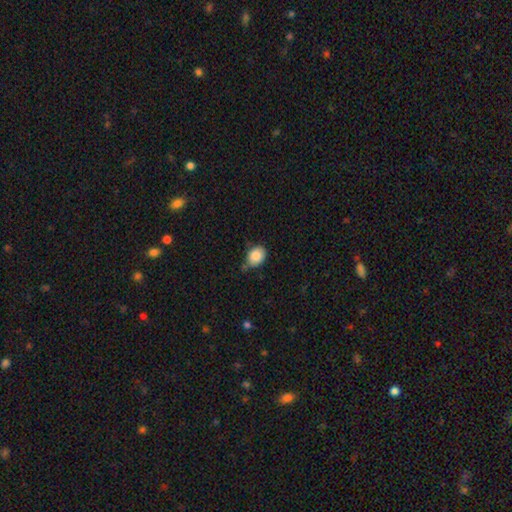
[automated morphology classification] Q: Smooth or featured?
A: smooth (85%); runner-up: star or artifact (8%)
Q: How rounded?
A: in between (56%); runner-up: round (43%)
Q: Merging?
A: none (65%); runner-up: minor disturbance (25%)